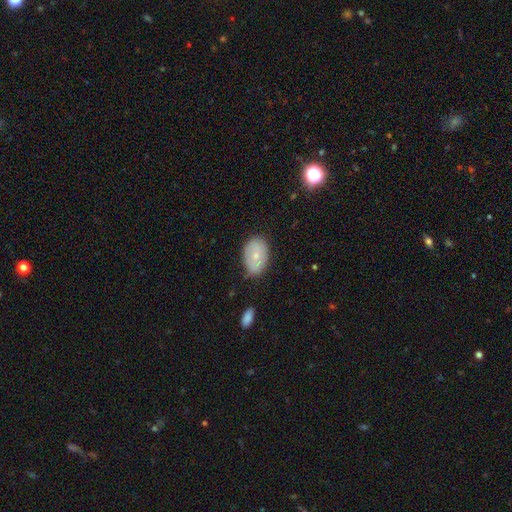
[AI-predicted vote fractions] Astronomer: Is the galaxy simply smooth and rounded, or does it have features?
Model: smooth — 63%.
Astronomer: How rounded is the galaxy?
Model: in between — 83%.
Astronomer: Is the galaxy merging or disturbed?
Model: none — 71%.